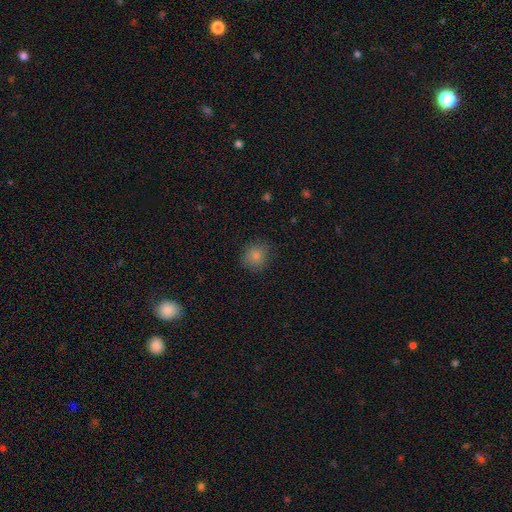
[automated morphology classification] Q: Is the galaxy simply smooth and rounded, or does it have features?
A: smooth — 83%.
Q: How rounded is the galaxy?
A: round — 79%.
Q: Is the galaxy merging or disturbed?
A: none — 81%.